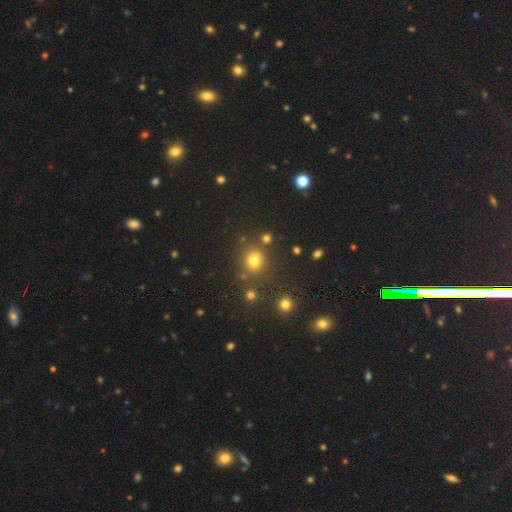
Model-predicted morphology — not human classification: A star or artifact, not a galaxy (47%).

Vote fractions:
- Smooth or featured? star or artifact: 47% / smooth: 44% / featured or disk: 9%